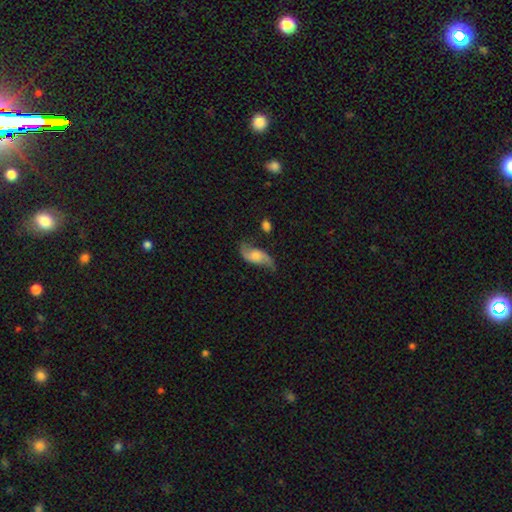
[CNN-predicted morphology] A featured or disk galaxy (64%) with no bar (65%), 2 (89%) loose (75%) spiral arms (90%) and a moderate central bulge (45%). Merging: none (59%).